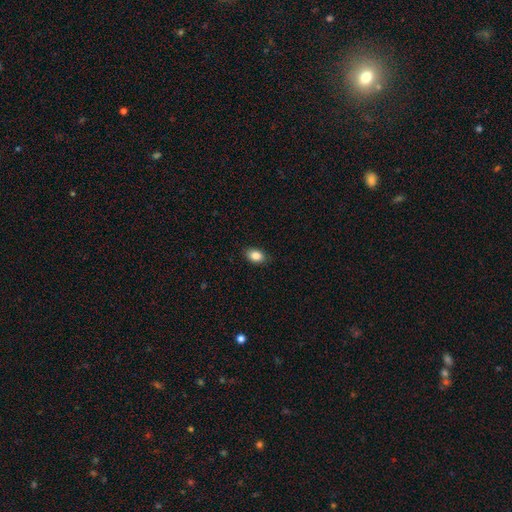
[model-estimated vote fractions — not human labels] smooth_or_featured: smooth (p=0.85) [alt: star or artifact p=0.08]
how_rounded: in between (p=0.82) [alt: round p=0.16]
merging: none (p=0.86) [alt: minor disturbance p=0.11]